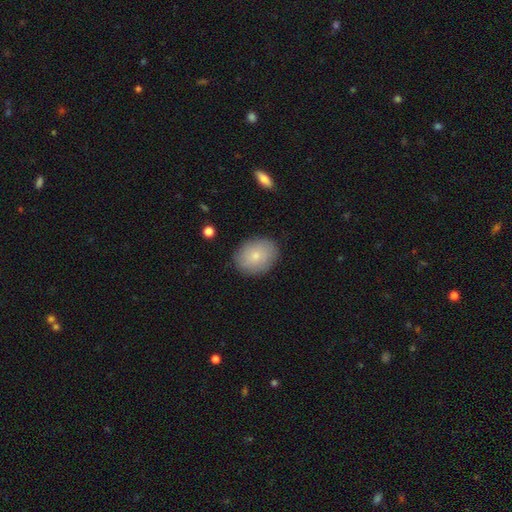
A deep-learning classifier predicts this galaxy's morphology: Smooth or featured: smooth — 78% (featured or disk — 14%)
How rounded: in between — 57% (round — 42%)
Merging: none — 86% (minor disturbance — 10%)